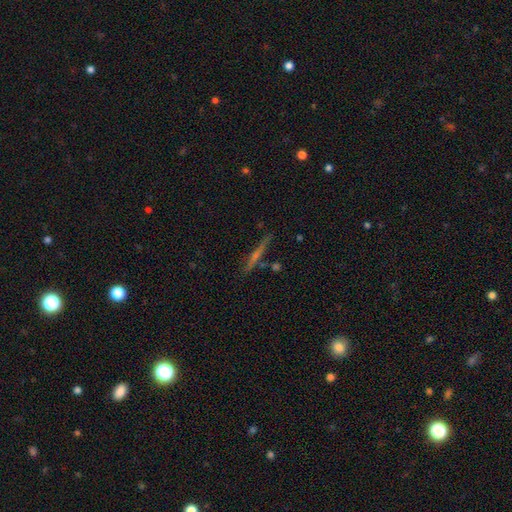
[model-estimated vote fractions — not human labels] A featured or disk galaxy (60%) viewed edge-on (95%) with a rounded central bulge (51%).

Vote fractions:
- Smooth or featured? featured or disk: 60% / smooth: 25% / star or artifact: 15%
- Edge-on disk? yes: 95% / no: 5%
- Edge-on bulge? rounded: 51% / none: 39% / boxy: 9%
- Merging? none: 86% / minor disturbance: 9% / merger: 3% / major disturbance: 2%